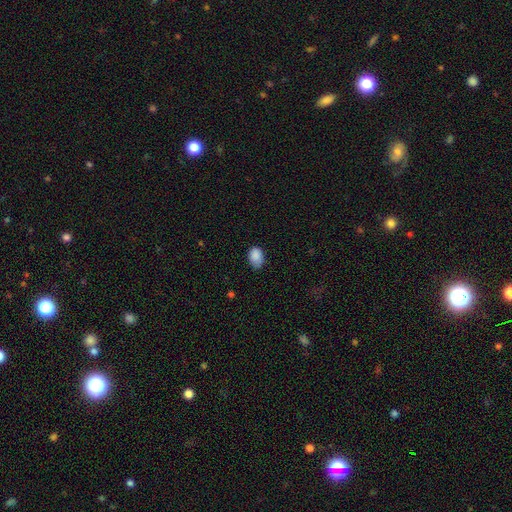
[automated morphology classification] The model was most divided on "merging": none: 65%, minor disturbance: 29%, major disturbance: 5%, merger: 1%. More confident: smooth or featured — smooth (88%); how rounded — in between (85%).